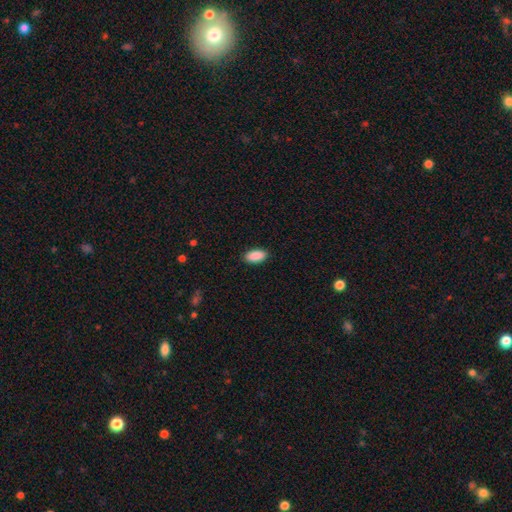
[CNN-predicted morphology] smooth 91%, star or artifact 6%, featured or disk 3%. Down the decision tree: how rounded — in between (92%); merging — none (89%).